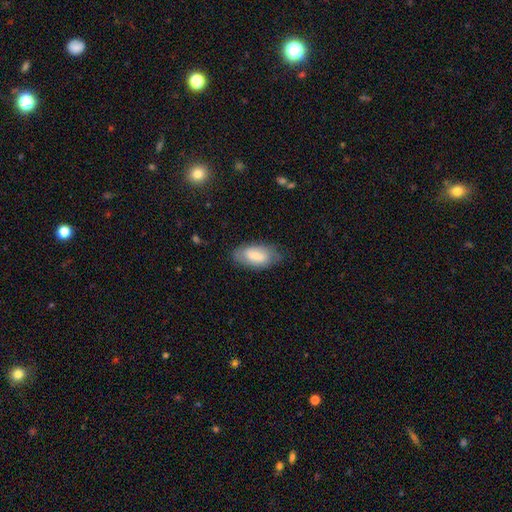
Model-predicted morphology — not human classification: smooth-or-featured: smooth: 67% | featured or disk: 27% | star or artifact: 6%
  how-rounded: in between: 93% | cigar-shaped: 4% | round: 3%
  merging: none: 72% | minor disturbance: 21% | major disturbance: 6% | merger: 1%